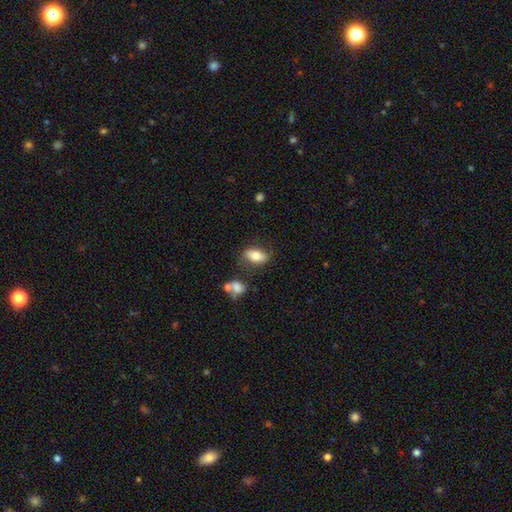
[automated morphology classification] type=smooth (74%); roundness=in between (88%); merging=none (73%).